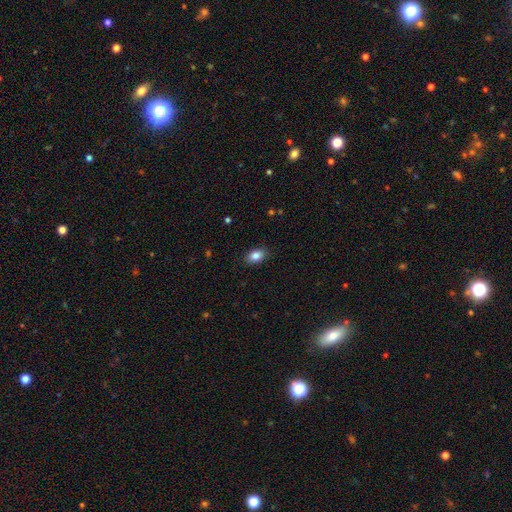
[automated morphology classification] smooth-or-featured: smooth: 85% | star or artifact: 8% | featured or disk: 7%
  how-rounded: in between: 86% | round: 12% | cigar-shaped: 1%
  merging: none: 88% | minor disturbance: 9% | major disturbance: 2% | merger: 1%